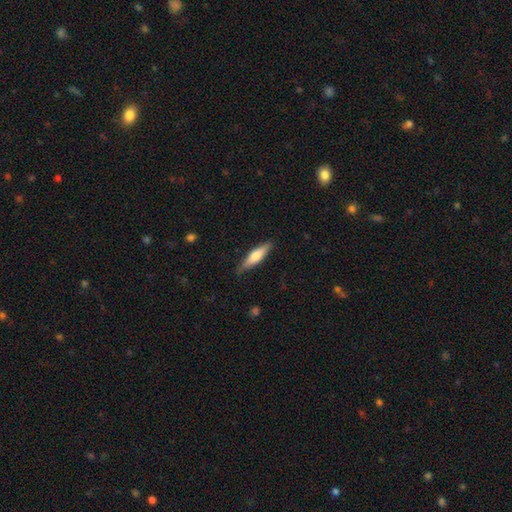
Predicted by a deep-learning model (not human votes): smooth 58%, featured or disk 37%, star or artifact 6%. Down the decision tree: how rounded — cigar-shaped (71%); merging — none (84%).